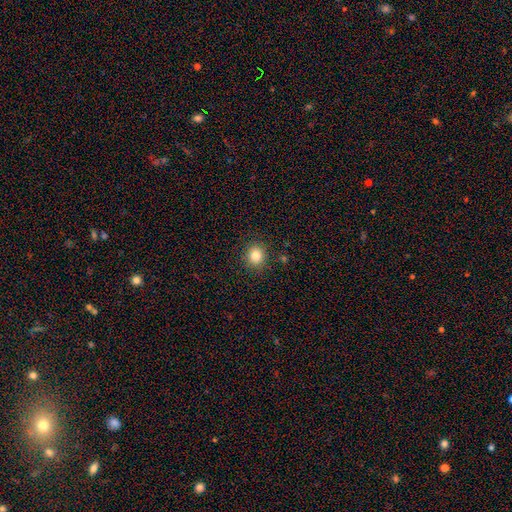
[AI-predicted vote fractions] The model was most divided on "how rounded": round: 80%, in between: 19%, cigar-shaped: 1%. More confident: merging — none (89%); smooth or featured — smooth (82%).